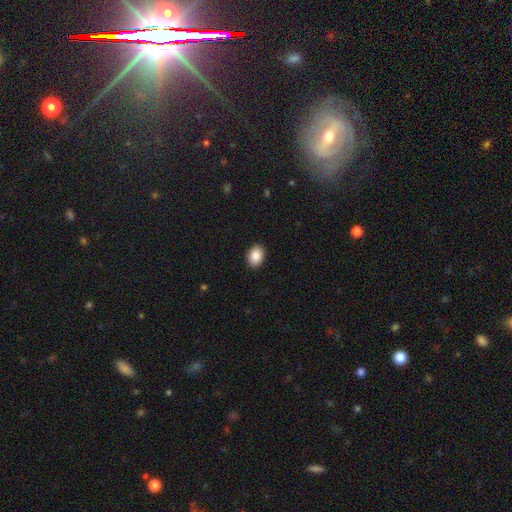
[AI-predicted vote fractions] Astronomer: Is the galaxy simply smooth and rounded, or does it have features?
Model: smooth — 89%.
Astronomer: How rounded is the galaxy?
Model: in between — 76%.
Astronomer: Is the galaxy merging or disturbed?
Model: none — 91%.